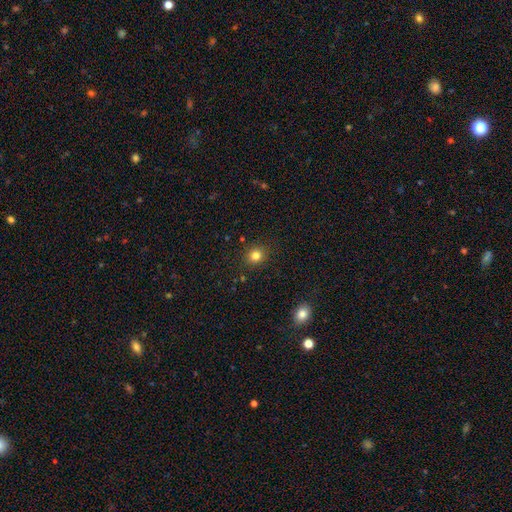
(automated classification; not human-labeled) This is clearly a smooth galaxy (82%). How rounded: clearly round (82%). Merging: clearly none (89%).